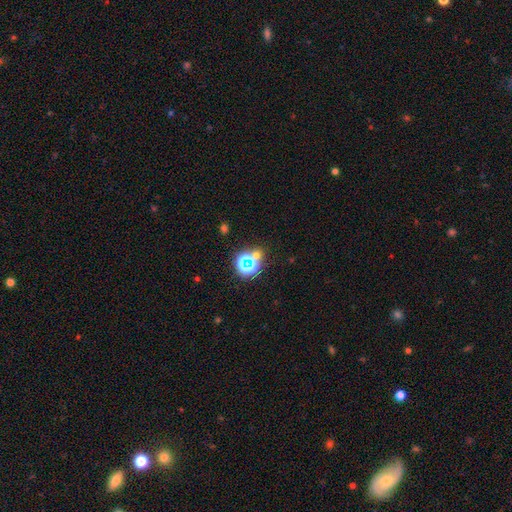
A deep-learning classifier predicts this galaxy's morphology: A star or artifact, not a galaxy (58%).